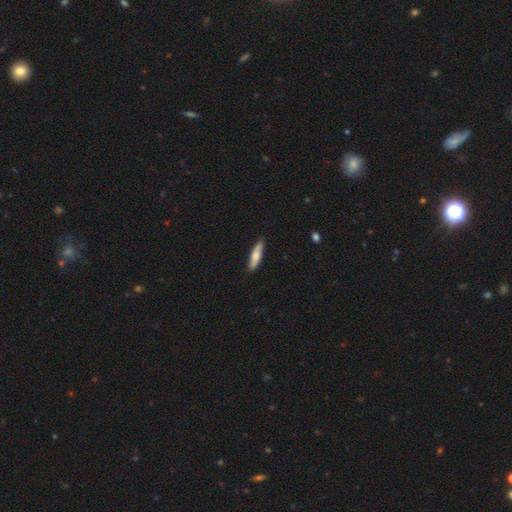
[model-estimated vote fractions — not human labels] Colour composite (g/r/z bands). It shows a smooth galaxy with no disk features (72%) that is cigar-shaped (77%). Merging: none (83%).